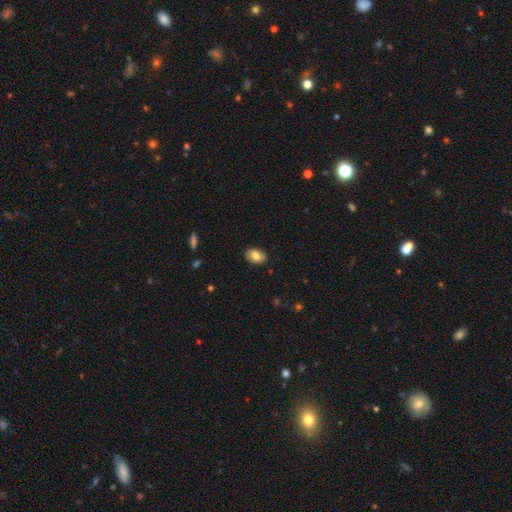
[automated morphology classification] smooth-or-featured: smooth: 79% | featured or disk: 14% | star or artifact: 7%
  how-rounded: in between: 85% | round: 13% | cigar-shaped: 1%
  merging: none: 88% | minor disturbance: 9% | major disturbance: 2% | merger: 1%